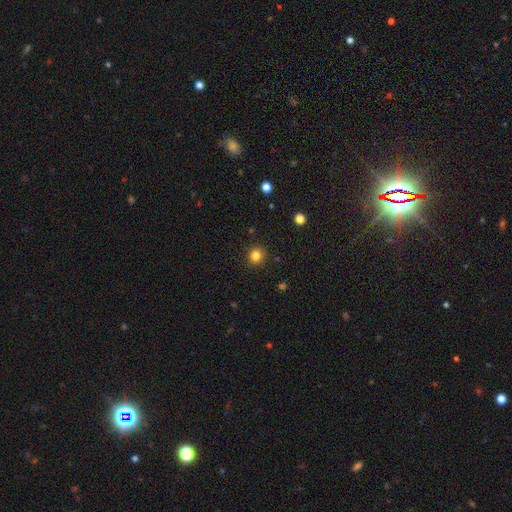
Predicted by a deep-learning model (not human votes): Smooth or featured?
  - smooth: 82% *
  - star or artifact: 13%
  - featured or disk: 5%
How rounded?
  - round: 91% *
  - in between: 8%
  - cigar-shaped: 1%
Merging?
  - none: 91% *
  - minor disturbance: 6%
  - major disturbance: 2%
  - merger: 1%